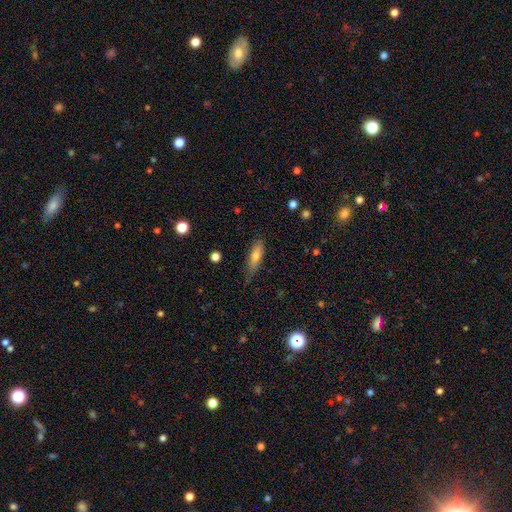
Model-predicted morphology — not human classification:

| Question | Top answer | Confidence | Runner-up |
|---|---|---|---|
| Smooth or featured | smooth | 73% | featured or disk (21%) |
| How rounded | cigar-shaped | 58% | in between (40%) |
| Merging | none | 66% | minor disturbance (26%) |